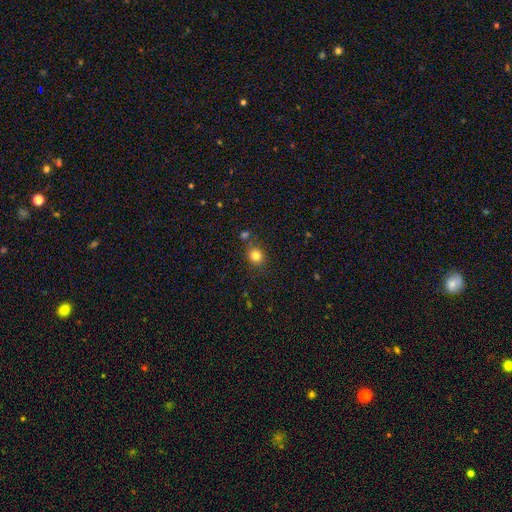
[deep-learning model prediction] Smooth or featured: smooth — 81% (star or artifact — 13%)
How rounded: round — 80% (in between — 19%)
Merging: none — 78% (minor disturbance — 11%)